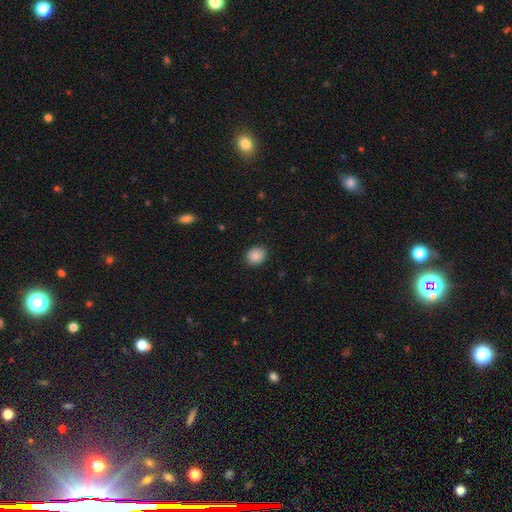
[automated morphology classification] This is clearly a smooth galaxy (88%). How rounded: likely round (65%). Merging: clearly none (89%).